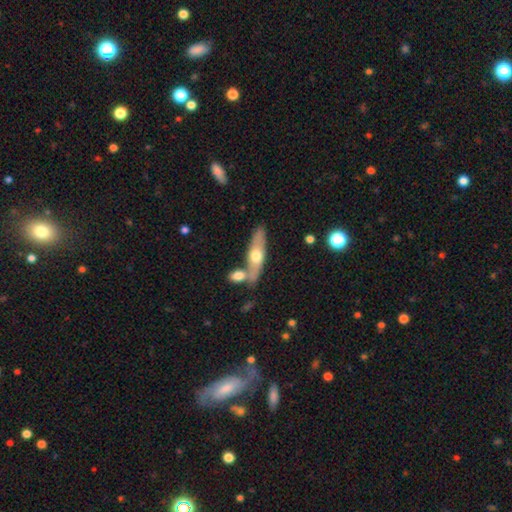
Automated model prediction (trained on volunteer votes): The model was most divided on "smooth or featured": smooth: 49%, featured or disk: 46%, star or artifact: 5%. More confident: merging — none (61%).